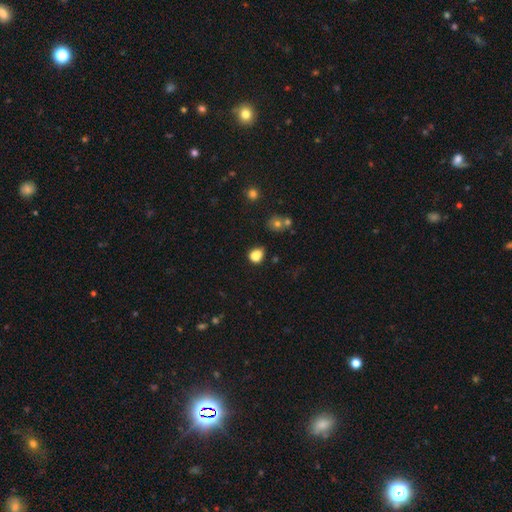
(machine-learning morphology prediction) This appears to be a smooth galaxy with no disk features (83%) that is round (57%). Merging: none (68%).